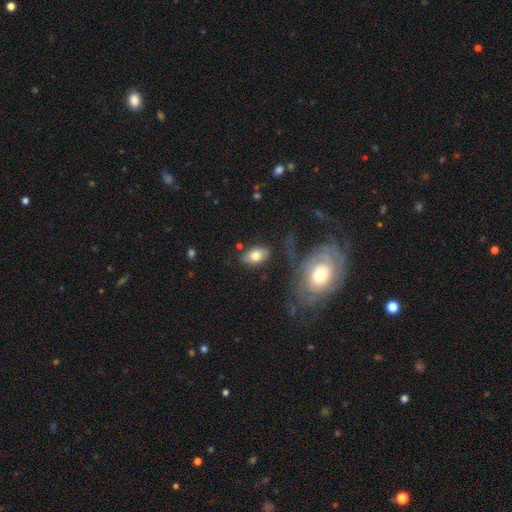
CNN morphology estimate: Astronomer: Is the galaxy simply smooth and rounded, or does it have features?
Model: smooth — 74%.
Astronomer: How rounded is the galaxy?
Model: in between — 90%.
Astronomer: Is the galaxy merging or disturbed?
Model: none — 75%.